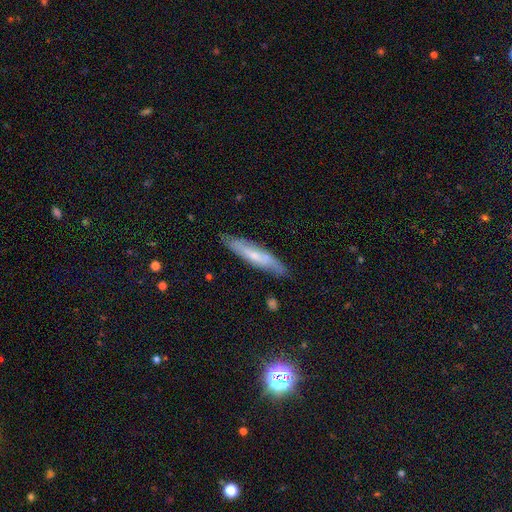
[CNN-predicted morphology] smooth_or_featured: featured or disk (p=0.50) [alt: smooth p=0.43]
merging: none (p=0.81) [alt: minor disturbance p=0.15]